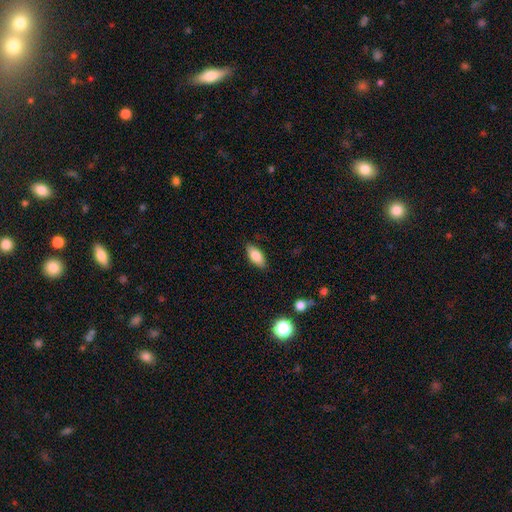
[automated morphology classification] smooth-or-featured: smooth: 81% | featured or disk: 12% | star or artifact: 7%
  how-rounded: in between: 84% | cigar-shaped: 14% | round: 3%
  merging: none: 86% | minor disturbance: 11% | major disturbance: 2% | merger: 1%